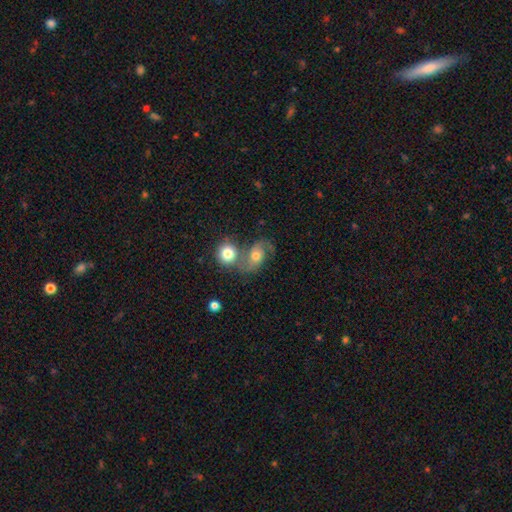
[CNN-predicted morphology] This appears to be a featured or disk galaxy (53%) with no bar (68%), spiral arms (86%) and a moderate central bulge (62%). Merging: merger (41%).